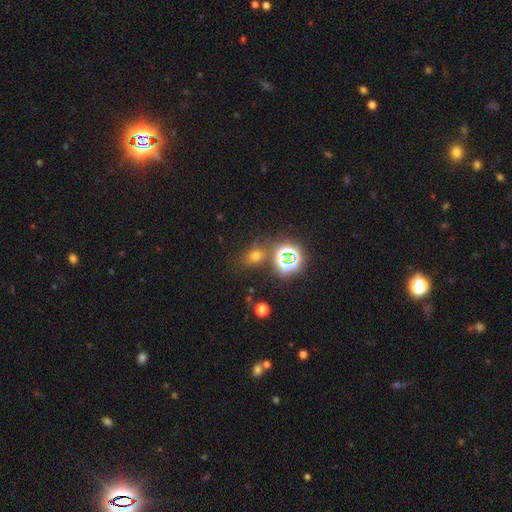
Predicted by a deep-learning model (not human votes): Smooth or featured? smooth (58%)
How rounded? in between (54%)
Merging? none (74%)